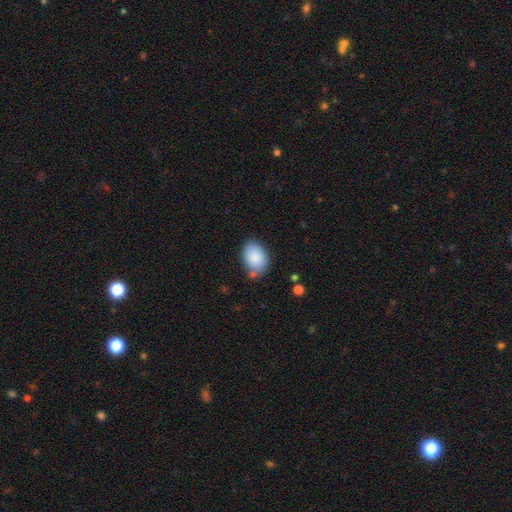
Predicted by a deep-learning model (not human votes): Smooth or featured: smooth — 87% (star or artifact — 7%)
How rounded: in between — 82% (round — 17%)
Merging: none — 70% (minor disturbance — 19%)